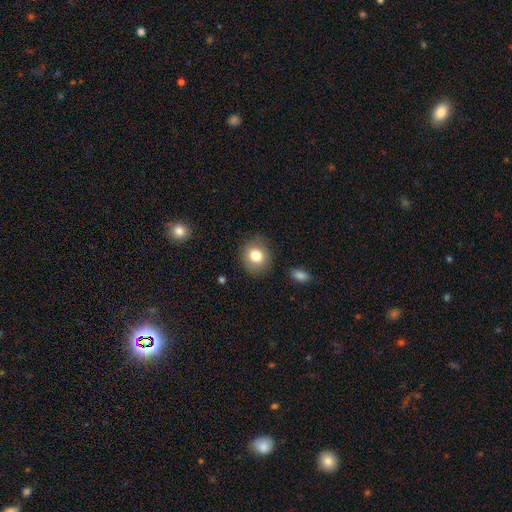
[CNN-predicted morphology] smooth_or_featured: smooth (p=0.79) [alt: featured or disk p=0.11]
how_rounded: round (p=0.76) [alt: in between p=0.23]
merging: none (p=0.84) [alt: minor disturbance p=0.11]